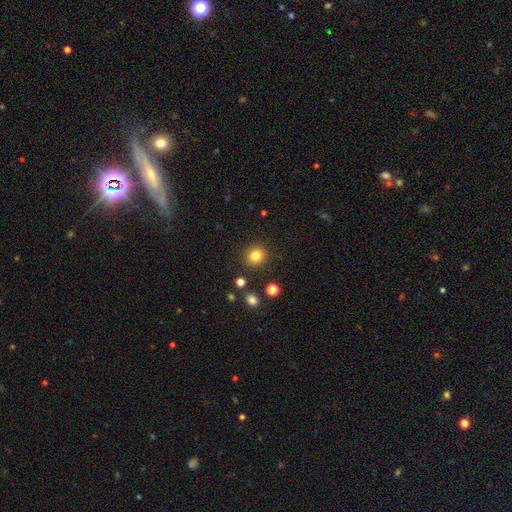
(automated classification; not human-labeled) Smooth or featured? smooth (83%)
How rounded? round (87%)
Merging? none (89%)